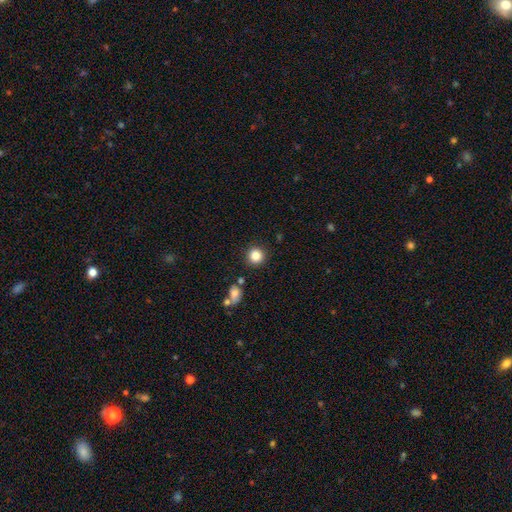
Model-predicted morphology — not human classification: A smooth galaxy with no disk features (84%) that is round (92%). Merging: none (89%).